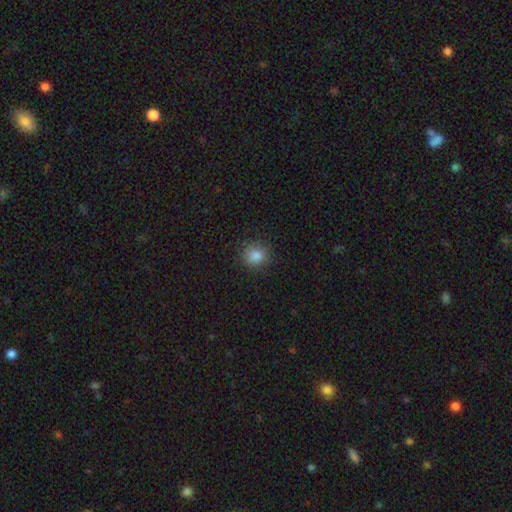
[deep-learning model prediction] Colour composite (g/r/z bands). It shows a smooth galaxy with no disk features (84%) that is round (82%). Merging: none (86%).